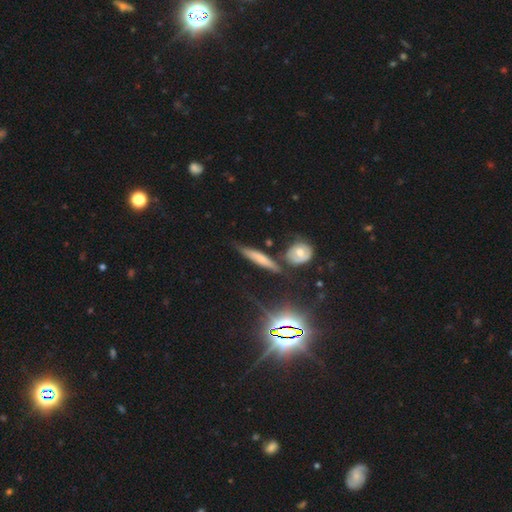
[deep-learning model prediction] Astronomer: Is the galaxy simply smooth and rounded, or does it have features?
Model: smooth — 54% (runner-up: featured or disk, 34%).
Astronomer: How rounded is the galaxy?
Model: cigar-shaped — 82%.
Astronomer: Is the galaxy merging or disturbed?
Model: none — 63%.